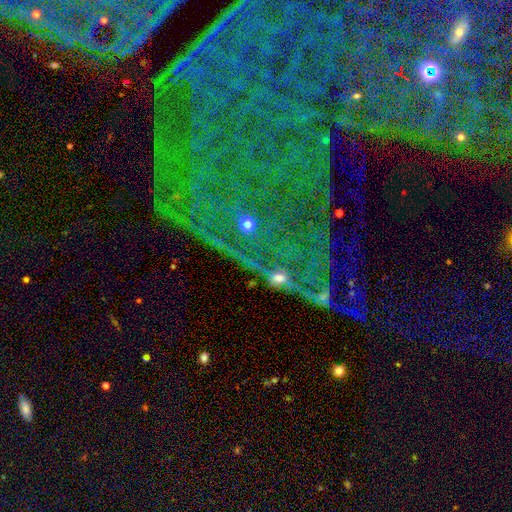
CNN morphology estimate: Smooth or featured?
  - star or artifact: 74% *
  - featured or disk: 16%
  - smooth: 10%